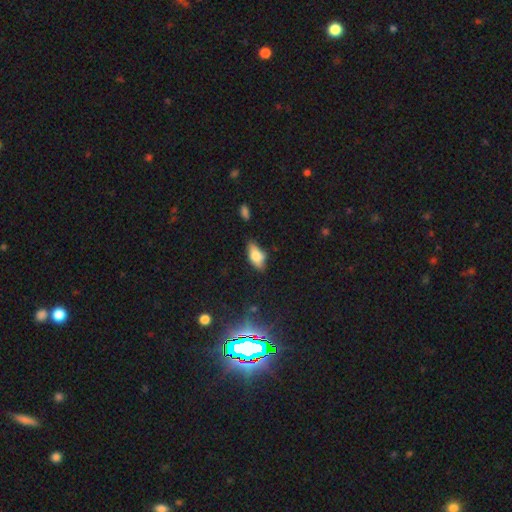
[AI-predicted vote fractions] Smooth or featured? smooth (69%)
How rounded? in between (86%)
Merging? none (66%)